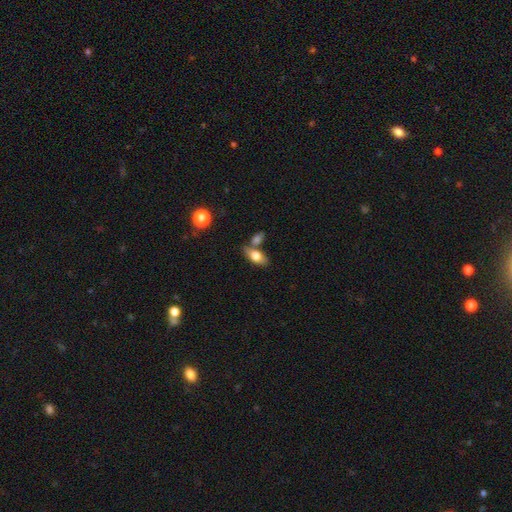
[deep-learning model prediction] A smooth galaxy with no disk features (71%) that is in between round and cigar-shaped (84%).

Vote fractions:
- Smooth or featured? smooth: 71% / featured or disk: 22% / star or artifact: 7%
- How rounded? in between: 84% / cigar-shaped: 10% / round: 6%
- Merging? none: 56% / merger: 26% / minor disturbance: 14% / major disturbance: 5%